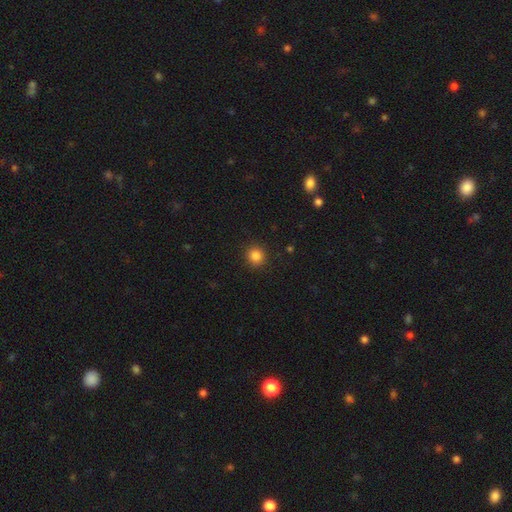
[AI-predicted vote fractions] Q: Smooth or featured?
A: smooth (85%); runner-up: star or artifact (11%)
Q: How rounded?
A: round (91%); runner-up: in between (8%)
Q: Merging?
A: none (91%); runner-up: minor disturbance (6%)